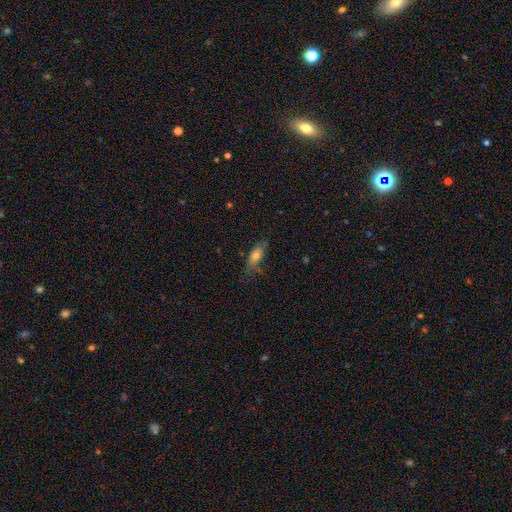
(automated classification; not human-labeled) Smooth or featured?
  - smooth: 67% *
  - featured or disk: 25%
  - star or artifact: 8%
How rounded?
  - in between: 80% *
  - cigar-shaped: 17%
  - round: 3%
Merging?
  - none: 54% *
  - minor disturbance: 30%
  - major disturbance: 13%
  - merger: 2%